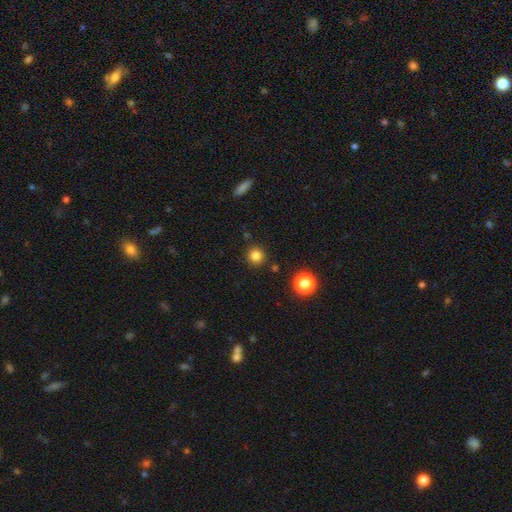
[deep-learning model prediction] Overall: smooth (82%). How rounded: round (93%). Merging: none (88%).